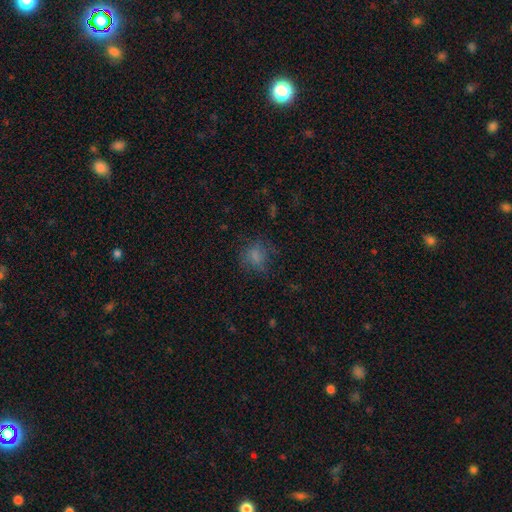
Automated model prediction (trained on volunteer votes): smooth 67%, star or artifact 19%, featured or disk 14%. Down the decision tree: how rounded — round (62%); merging — none (63%).